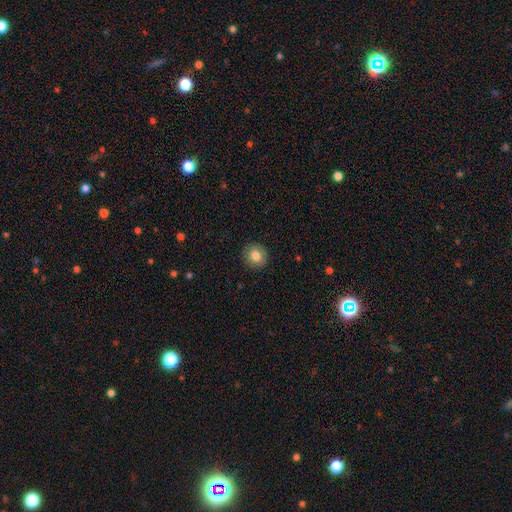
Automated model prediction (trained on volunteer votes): Smooth or featured: smooth — 81% (featured or disk — 10%)
How rounded: round — 88% (in between — 11%)
Merging: none — 91% (minor disturbance — 7%)